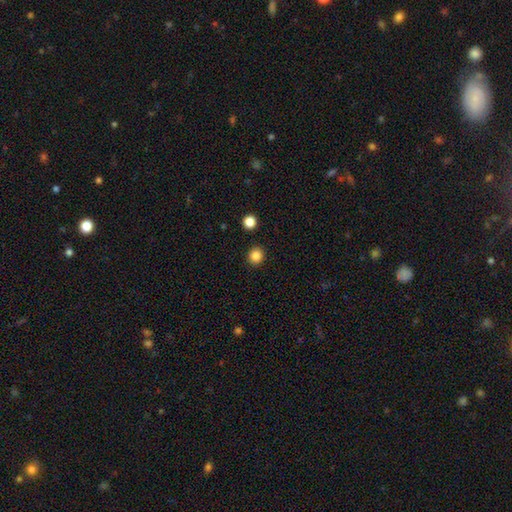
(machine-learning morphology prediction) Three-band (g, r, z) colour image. It shows a smooth galaxy with no disk features (85%) that is round (90%). Merging: none (92%).